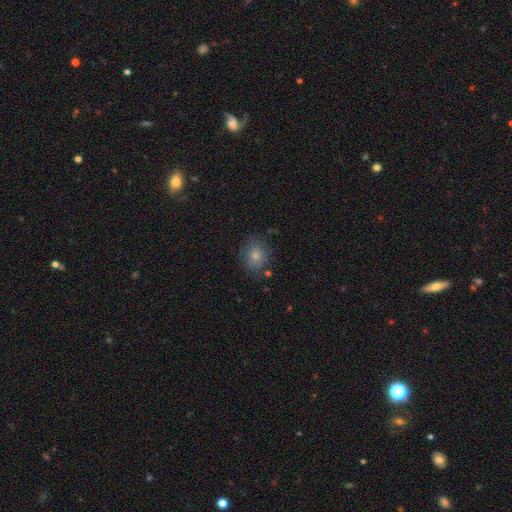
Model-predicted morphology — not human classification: Overall: smooth (80%). How rounded: round (64%; in between 35%). Merging: none (76%).